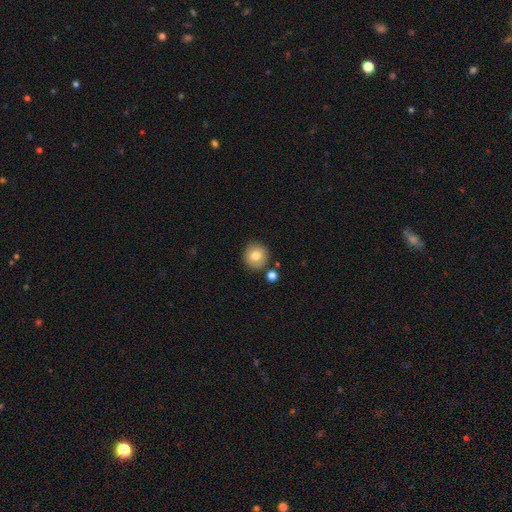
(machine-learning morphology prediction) Smooth or featured? Predicted: smooth (p=0.77). How rounded? Predicted: round (p=0.93). Merging? Predicted: none (p=0.83).